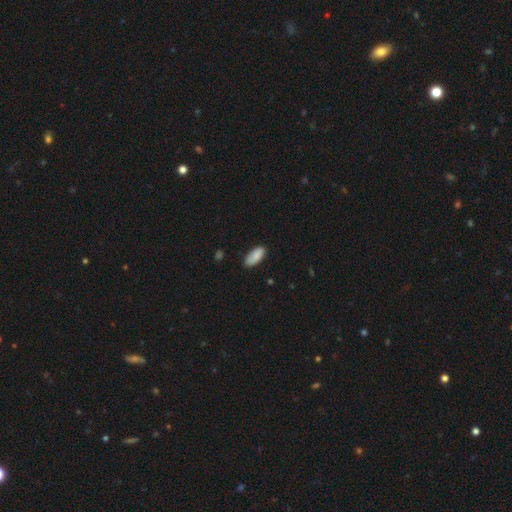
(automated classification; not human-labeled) Morphology: type=smooth (86%); roundness=in between (88%); merging=none (81%).